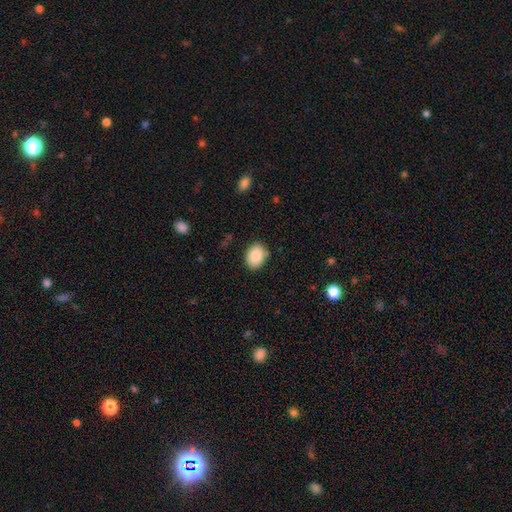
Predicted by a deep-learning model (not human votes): A smooth galaxy with no disk features (88%) that is in between round and cigar-shaped (64%). Merging: none (83%).